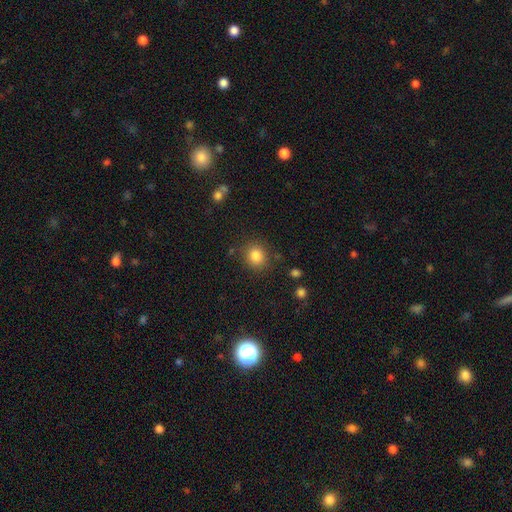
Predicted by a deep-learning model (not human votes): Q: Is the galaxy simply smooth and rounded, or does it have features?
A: smooth — 84%.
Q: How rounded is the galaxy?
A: round — 82%.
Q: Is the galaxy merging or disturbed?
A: none — 84%.